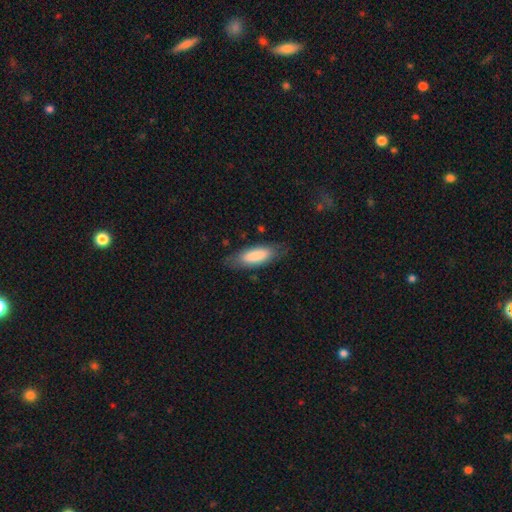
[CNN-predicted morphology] Smooth or featured? Predicted: smooth (p=0.84). How rounded? Predicted: in between (p=0.71). Merging? Predicted: none (p=0.78).